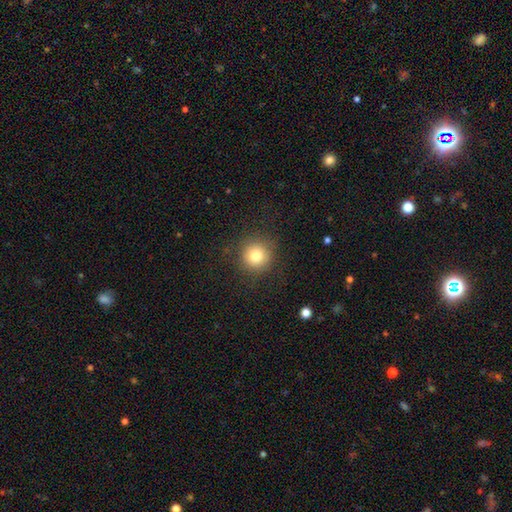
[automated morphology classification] A smooth galaxy with no disk features (81%) that is round (94%). Merging: none (87%).